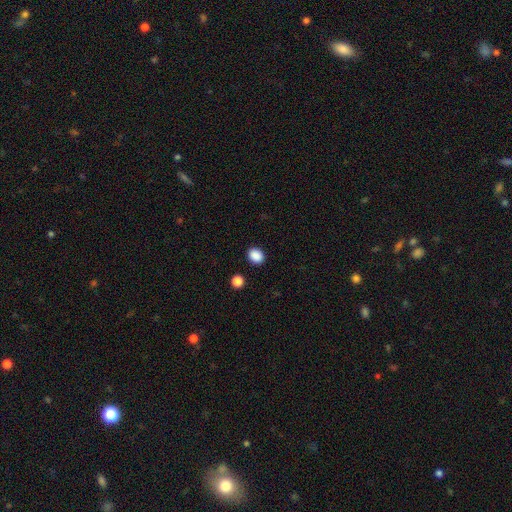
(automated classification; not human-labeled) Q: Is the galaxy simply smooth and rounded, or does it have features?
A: smooth — 88%.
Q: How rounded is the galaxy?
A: round — 52%.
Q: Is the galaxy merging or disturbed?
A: none — 89%.